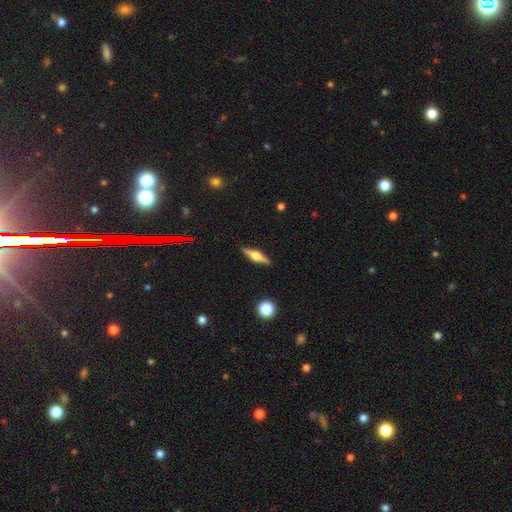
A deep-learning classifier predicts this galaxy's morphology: Smooth or featured? Predicted: featured or disk (p=0.65). Edge-on disk? Predicted: yes (p=0.97). Edge-on bulge? Predicted: rounded (p=0.88). Merging? Predicted: none (p=0.90).